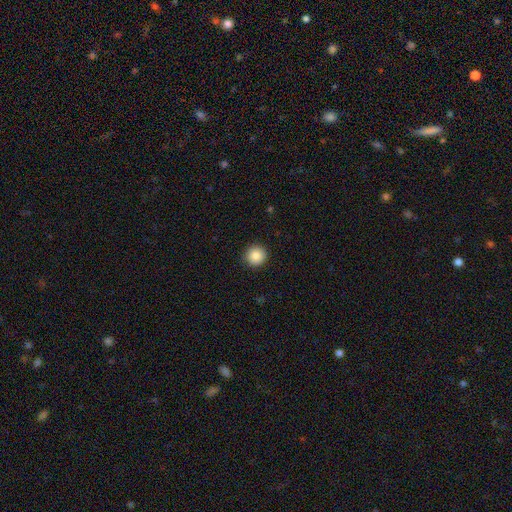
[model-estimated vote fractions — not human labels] Morphology: type=smooth (86%); roundness=round (95%); merging=none (91%).